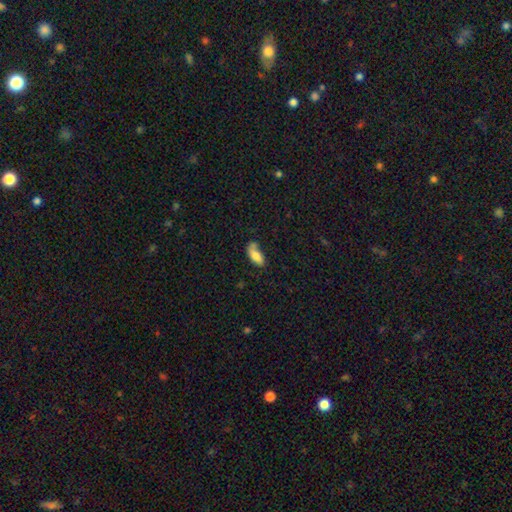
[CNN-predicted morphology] type=smooth (76%); roundness=in between (87%); merging=none (48%).